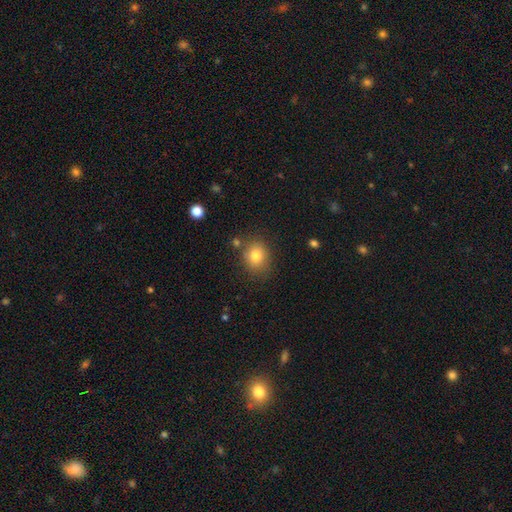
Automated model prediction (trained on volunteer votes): This is likely a smooth galaxy (80%). How rounded: likely round (68%). Merging: likely none (77%).